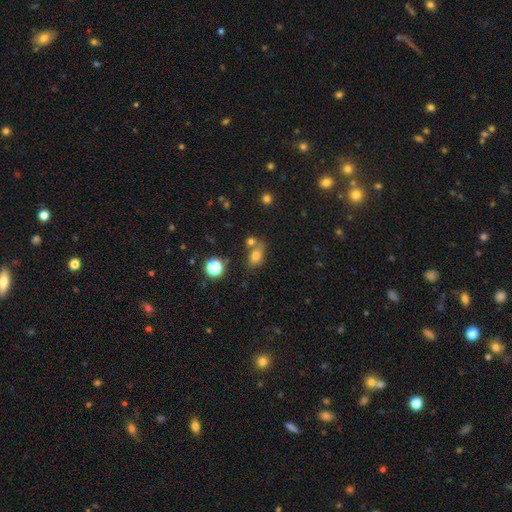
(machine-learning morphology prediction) A smooth galaxy with no disk features (74%) that is in between round and cigar-shaped (68%). Merging: none (48%).